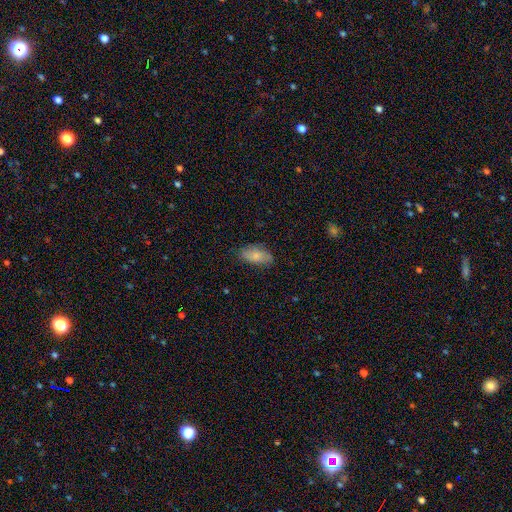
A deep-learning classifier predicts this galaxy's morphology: Smooth or featured: smooth — 81% (featured or disk — 13%)
How rounded: in between — 91% (cigar-shaped — 6%)
Merging: none — 77% (minor disturbance — 18%)